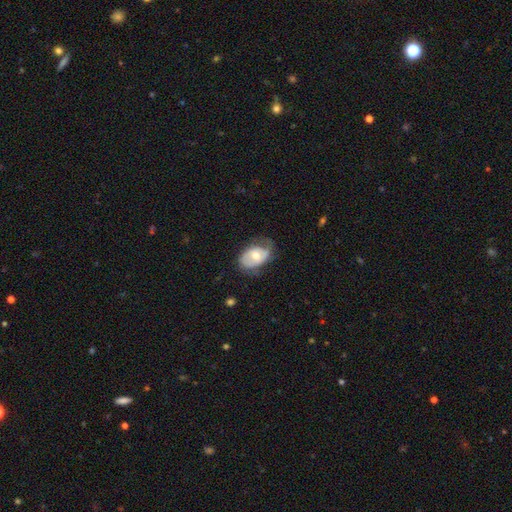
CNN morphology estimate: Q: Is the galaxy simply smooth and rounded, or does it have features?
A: smooth — 50%.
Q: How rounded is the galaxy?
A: in between — 84%.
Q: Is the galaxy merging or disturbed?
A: none — 47%.